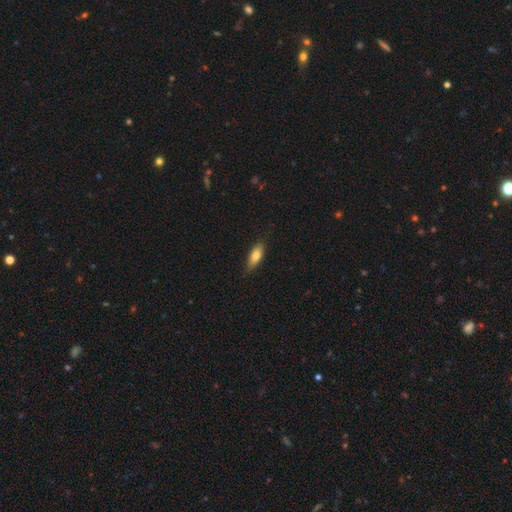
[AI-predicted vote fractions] Smooth or featured? smooth (75%)
How rounded? in between (65%)
Merging? none (83%)